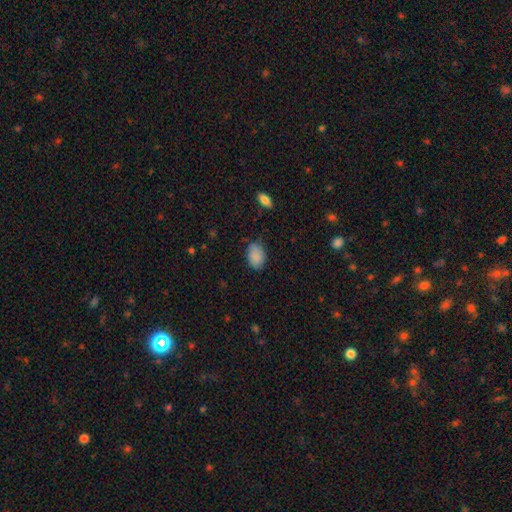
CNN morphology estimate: This is clearly a smooth galaxy (88%). How rounded: clearly in between (84%). Merging: likely none (74%).